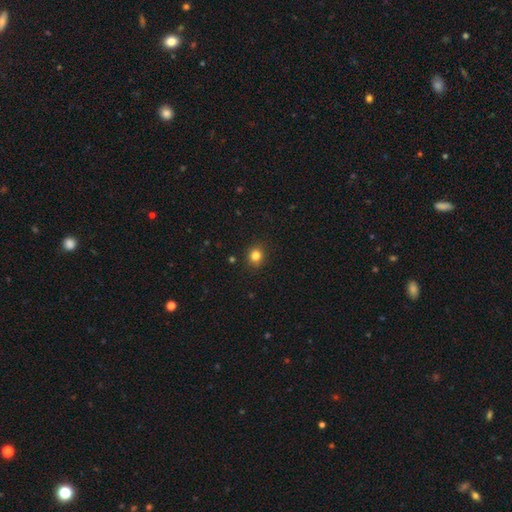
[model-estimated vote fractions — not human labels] Smooth or featured?
  - smooth: 82% *
  - star or artifact: 13%
  - featured or disk: 5%
How rounded?
  - round: 82% *
  - in between: 17%
  - cigar-shaped: 1%
Merging?
  - none: 89% *
  - minor disturbance: 7%
  - major disturbance: 2%
  - merger: 1%